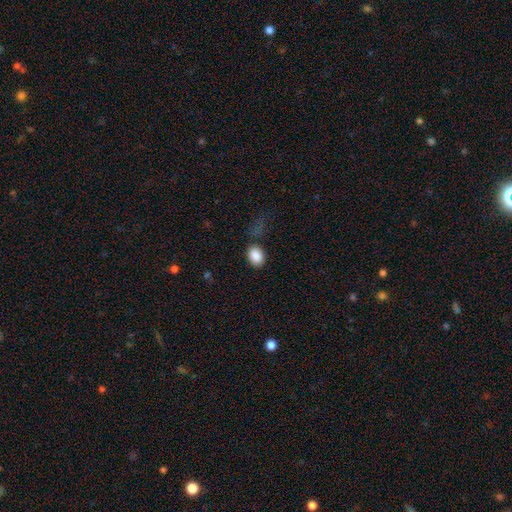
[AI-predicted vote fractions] Q: Smooth or featured?
A: smooth (88%); runner-up: star or artifact (8%)
Q: How rounded?
A: in between (72%); runner-up: round (27%)
Q: Merging?
A: none (75%); runner-up: minor disturbance (15%)